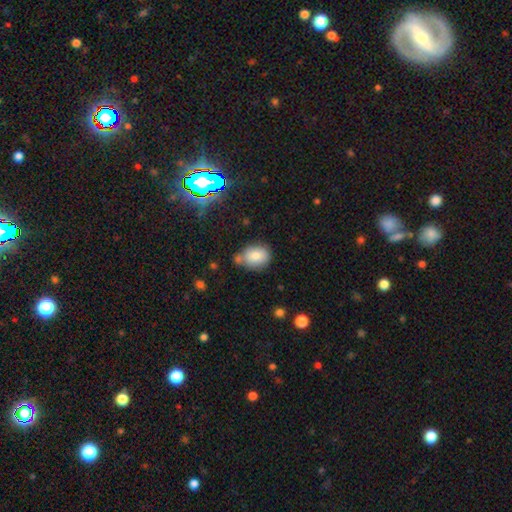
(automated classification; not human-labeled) Q: Smooth or featured?
A: smooth (77%); runner-up: featured or disk (12%)
Q: How rounded?
A: in between (59%); runner-up: round (40%)
Q: Merging?
A: none (64%); runner-up: minor disturbance (17%)